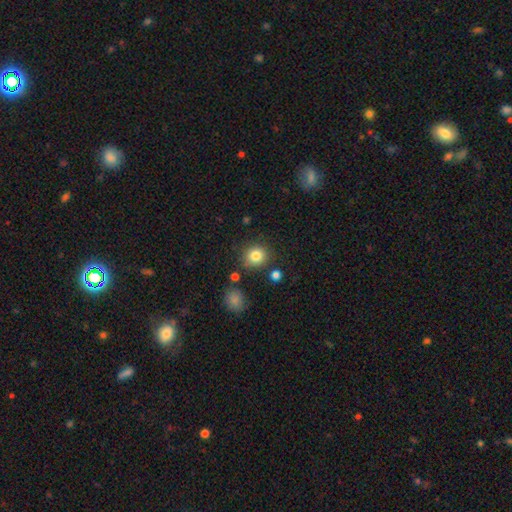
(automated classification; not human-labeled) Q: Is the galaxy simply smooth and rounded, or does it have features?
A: smooth — 83%.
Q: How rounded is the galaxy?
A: round — 86%.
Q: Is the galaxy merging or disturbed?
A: none — 82%.